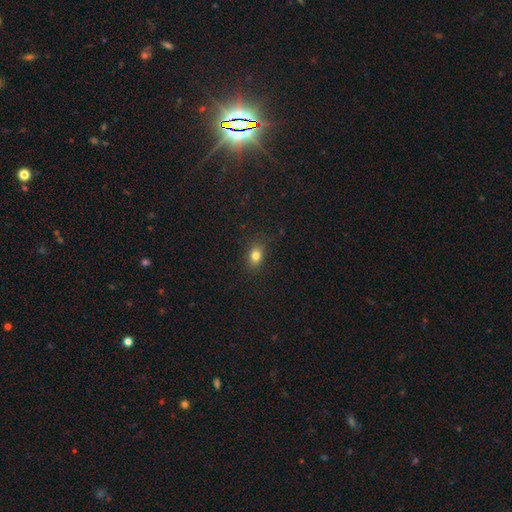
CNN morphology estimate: Smooth or featured?
  - smooth: 81% *
  - star or artifact: 12%
  - featured or disk: 7%
How rounded?
  - in between: 68% *
  - round: 30%
  - cigar-shaped: 2%
Merging?
  - none: 86% *
  - minor disturbance: 10%
  - major disturbance: 3%
  - merger: 1%